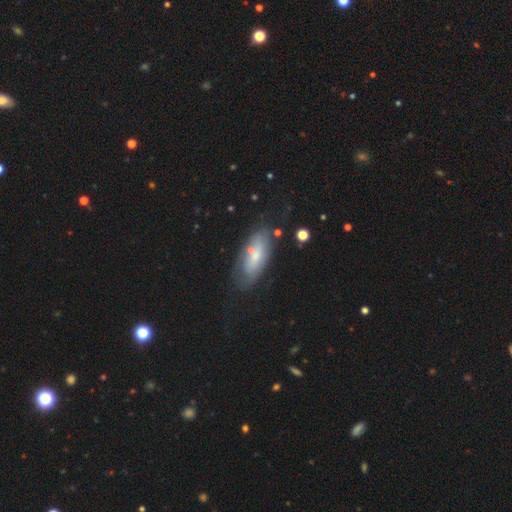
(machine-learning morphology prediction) Q: Smooth or featured?
A: smooth (51%); runner-up: featured or disk (41%)
Q: How rounded?
A: in between (80%); runner-up: cigar-shaped (17%)
Q: Merging?
A: none (60%); runner-up: minor disturbance (23%)